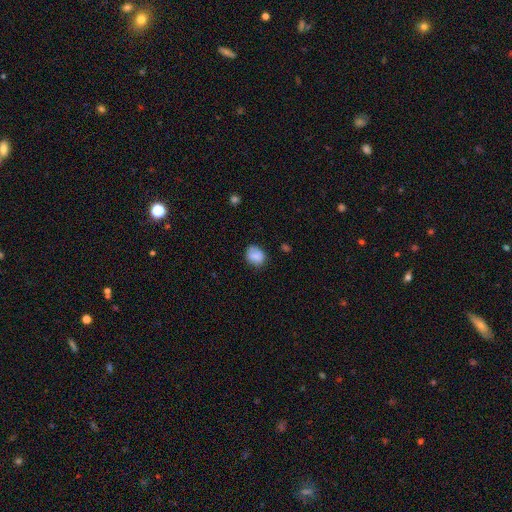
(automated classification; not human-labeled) Smooth or featured? smooth (83%)
How rounded? round (58%)
Merging? none (75%)